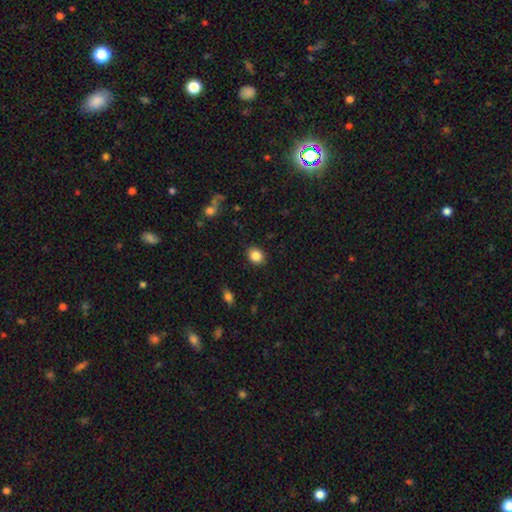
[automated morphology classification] smooth_or_featured: smooth (p=0.86) [alt: star or artifact p=0.09]
how_rounded: round (p=0.57) [alt: in between p=0.42]
merging: none (p=0.88) [alt: minor disturbance p=0.09]